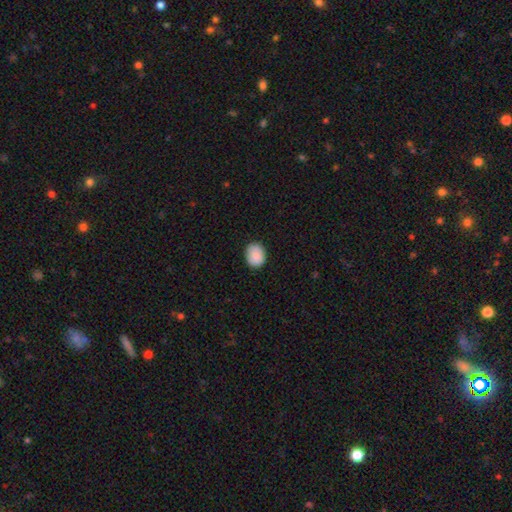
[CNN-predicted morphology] Smooth or featured?
  - smooth: 88% *
  - star or artifact: 8%
  - featured or disk: 4%
How rounded?
  - in between: 52% *
  - round: 48%
  - cigar-shaped: 1%
Merging?
  - none: 82% *
  - minor disturbance: 15%
  - major disturbance: 3%
  - merger: 1%